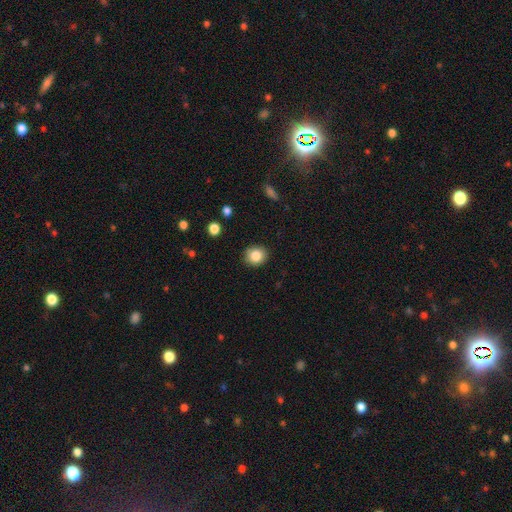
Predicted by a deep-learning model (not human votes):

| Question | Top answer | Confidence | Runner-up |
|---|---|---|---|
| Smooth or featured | smooth | 84% | star or artifact (10%) |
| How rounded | round | 78% | in between (21%) |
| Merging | none | 87% | minor disturbance (9%) |